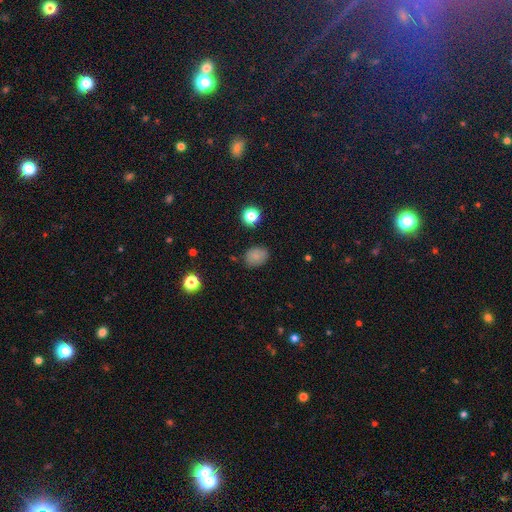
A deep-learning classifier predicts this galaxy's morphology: This appears to be a smooth galaxy with no disk features (82%) that is in between round and cigar-shaped (58%). Merging: none (82%).